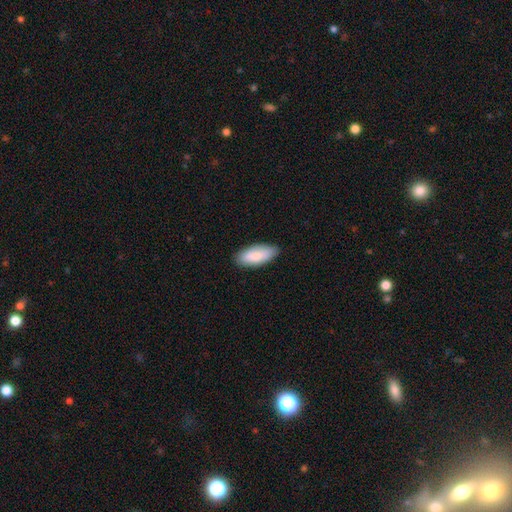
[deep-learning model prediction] This is clearly a smooth galaxy (83%). How rounded: clearly in between (86%). Merging: clearly none (85%).